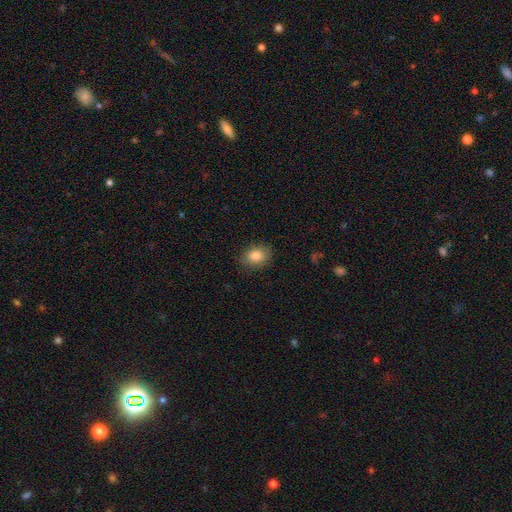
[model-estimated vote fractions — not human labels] smooth 84%, star or artifact 9%, featured or disk 7%. Down the decision tree: how rounded — in between (62%); merging — none (85%).